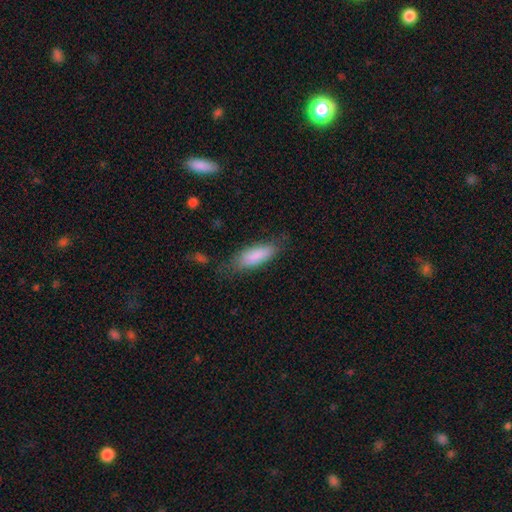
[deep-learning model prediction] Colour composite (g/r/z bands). It shows a smooth galaxy with no disk features (84%) that is in between round and cigar-shaped (64%). Merging: none (69%).